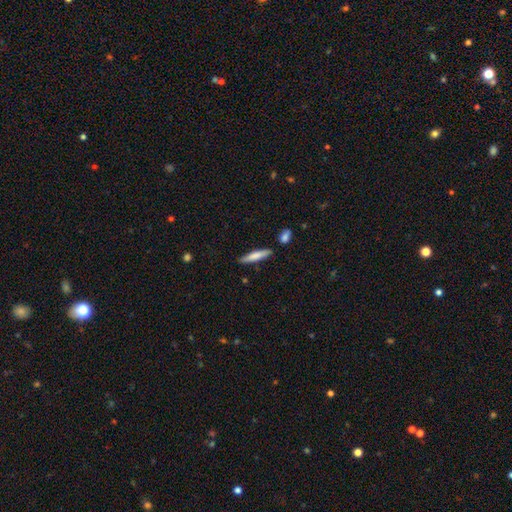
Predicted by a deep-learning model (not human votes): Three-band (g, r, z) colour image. It shows a smooth galaxy with no disk features (75%) that is cigar-shaped (87%). Merging: none (84%).